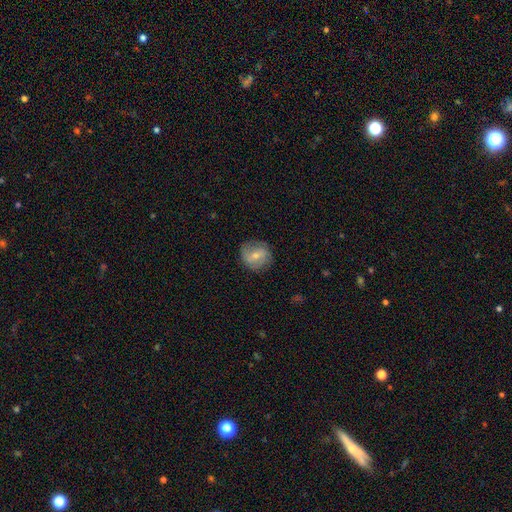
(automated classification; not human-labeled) A featured or disk galaxy (47%).

Vote fractions:
- Smooth or featured? featured or disk: 47% / smooth: 45% / star or artifact: 7%
- Merging? none: 77% / minor disturbance: 16% / major disturbance: 6% / merger: 1%